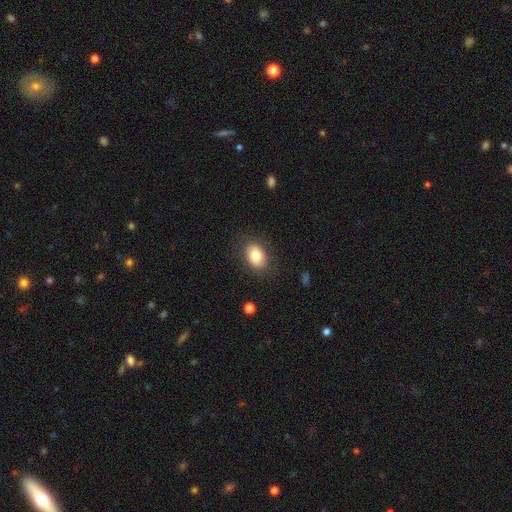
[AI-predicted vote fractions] Morphology: type=smooth (81%); roundness=in between (80%); merging=none (84%).